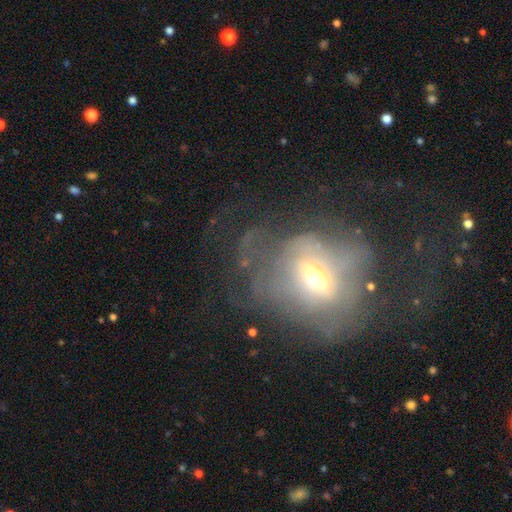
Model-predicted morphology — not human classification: The model was most divided on "merging": major disturbance: 42%, none: 38%, minor disturbance: 17%, merger: 3%. More confident: edge-on disk — no (92%); smooth or featured — featured or disk (54%).